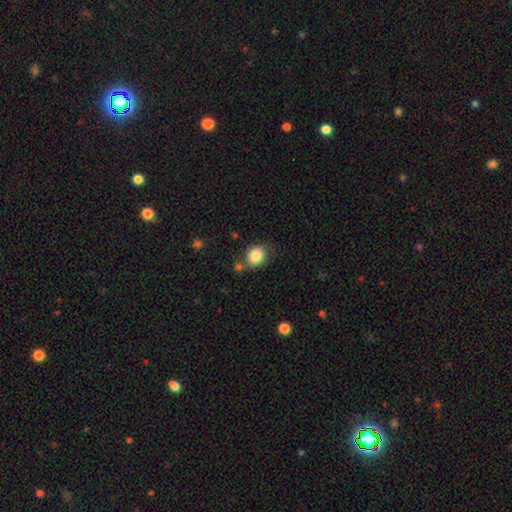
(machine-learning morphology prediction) smooth_or_featured: smooth (p=0.84) [alt: star or artifact p=0.09]
how_rounded: round (p=0.59) [alt: in between p=0.40]
merging: none (p=0.66) [alt: minor disturbance p=0.18]